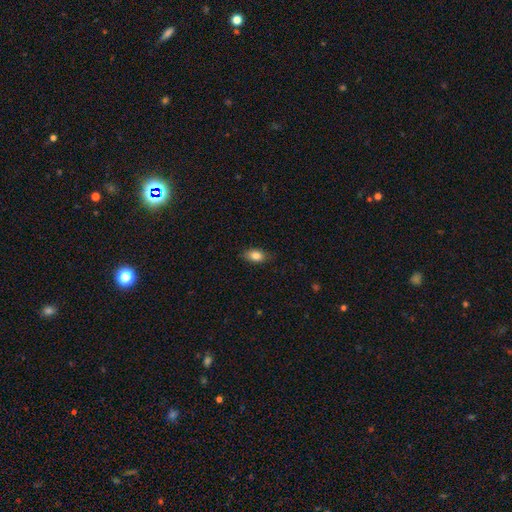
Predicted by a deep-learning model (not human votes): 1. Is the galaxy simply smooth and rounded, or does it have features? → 84% smooth, 8% star or artifact, 8% featured or disk.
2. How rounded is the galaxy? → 85% in between, 11% round, 3% cigar-shaped.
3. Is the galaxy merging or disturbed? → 83% none, 13% minor disturbance, 3% major disturbance, 1% merger.